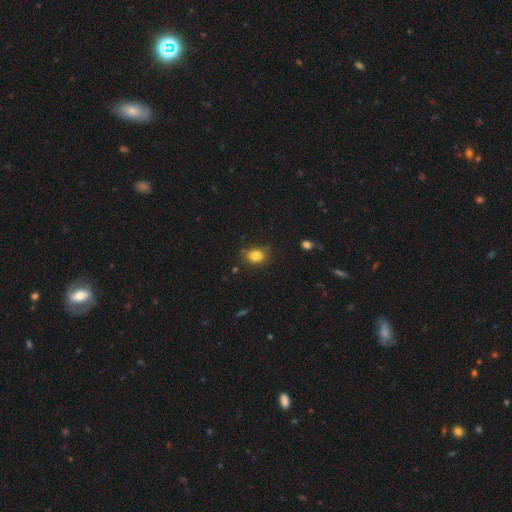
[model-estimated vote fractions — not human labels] A smooth galaxy with no disk features (83%) that is round (51%). Merging: none (78%).